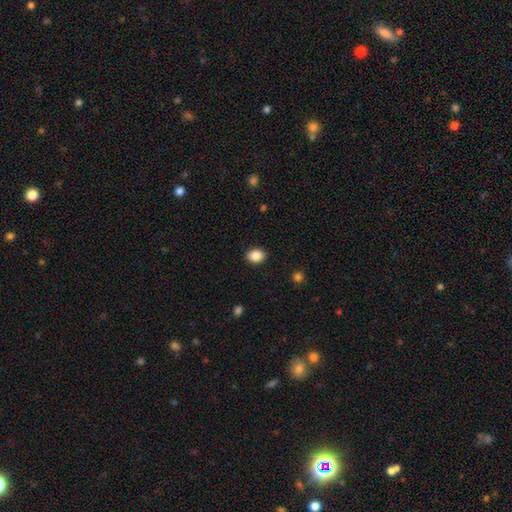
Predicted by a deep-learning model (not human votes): Smooth or featured?
  - smooth: 87% *
  - star or artifact: 9%
  - featured or disk: 4%
How rounded?
  - in between: 57% *
  - round: 42%
  - cigar-shaped: 1%
Merging?
  - none: 90% *
  - minor disturbance: 7%
  - major disturbance: 2%
  - merger: 1%